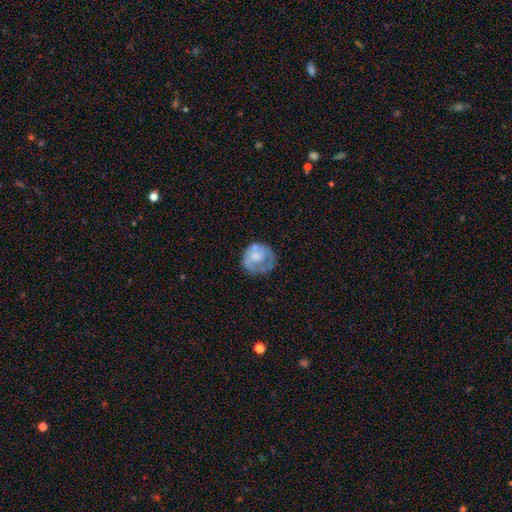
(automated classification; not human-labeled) Smooth or featured: smooth — 51% (featured or disk — 42%)
How rounded: round — 83% (in between — 16%)
Merging: none — 54% (minor disturbance — 24%)